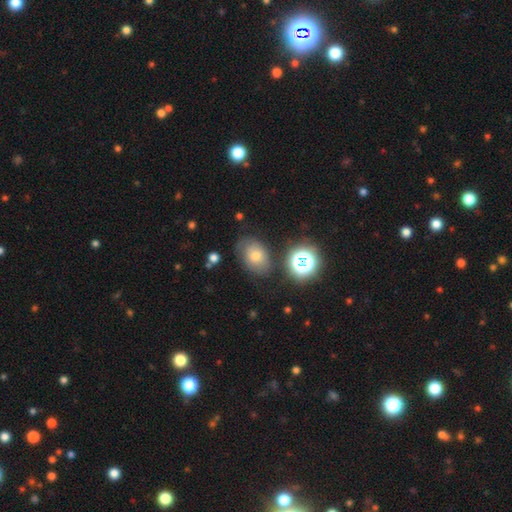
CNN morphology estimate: A smooth galaxy with no disk features (60%) that is in between round and cigar-shaped (71%). Merging: none (73%).